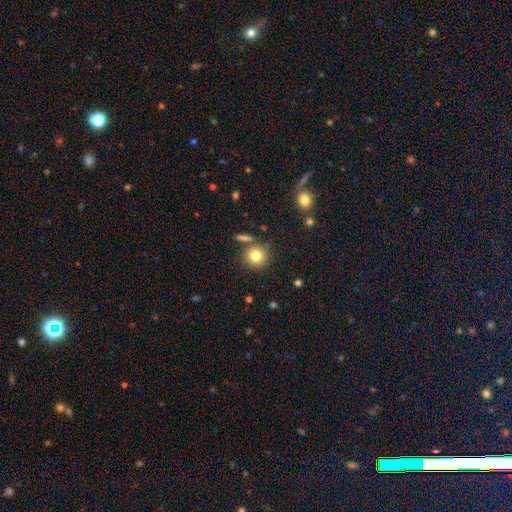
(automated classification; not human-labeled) A smooth galaxy with no disk features (80%) that is round (90%).

Vote fractions:
- Smooth or featured? smooth: 80% / star or artifact: 12% / featured or disk: 8%
- How rounded? round: 90% / in between: 9% / cigar-shaped: 1%
- Merging? none: 78% / minor disturbance: 10% / merger: 9% / major disturbance: 4%